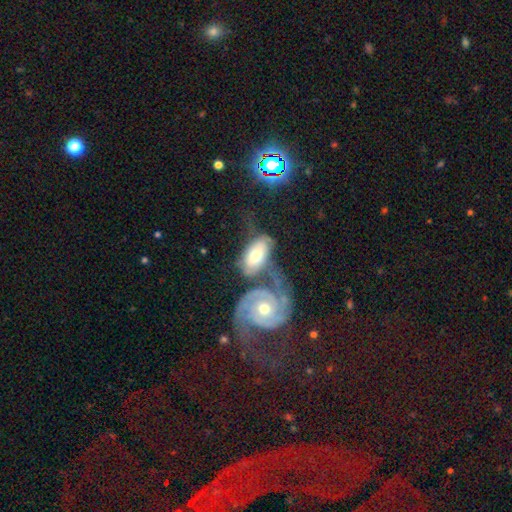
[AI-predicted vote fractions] Smooth or featured: featured or disk — 61% (smooth — 33%)
Edge-on disk: no — 94% (yes — 6%)
Bar: no — 69% (weak — 23%)
Spiral arms: yes — 85% (no — 15%)
Bulge size: moderate — 69% (small — 20%)
Merging: merger — 47% (none — 27%)